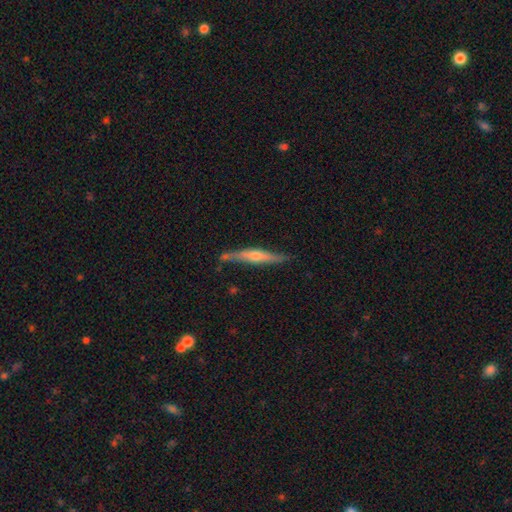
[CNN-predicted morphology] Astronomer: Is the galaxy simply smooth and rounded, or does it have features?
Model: featured or disk — 70%.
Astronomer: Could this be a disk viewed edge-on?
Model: yes — 94%.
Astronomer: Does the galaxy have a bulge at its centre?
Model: rounded — 84%.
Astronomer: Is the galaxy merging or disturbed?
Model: none — 79%.